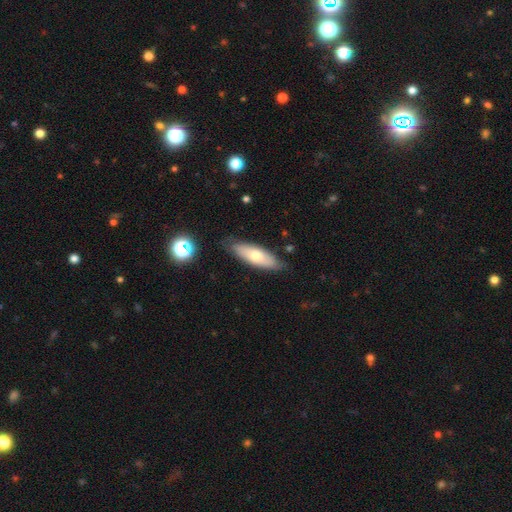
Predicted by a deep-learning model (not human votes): A smooth galaxy with no disk features (63%) that is in between round and cigar-shaped (53%).

Vote fractions:
- Smooth or featured? smooth: 63% / featured or disk: 30% / star or artifact: 6%
- How rounded? in between: 53% / cigar-shaped: 45% / round: 2%
- Merging? none: 80% / minor disturbance: 15% / major disturbance: 3% / merger: 2%